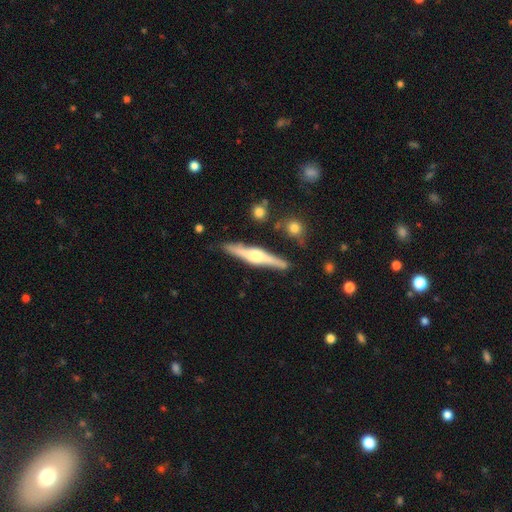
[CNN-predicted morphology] Q: Smooth or featured?
A: featured or disk (72%); runner-up: smooth (22%)
Q: Edge-on disk?
A: yes (97%); runner-up: no (3%)
Q: Edge-on bulge?
A: rounded (87%); runner-up: boxy (10%)
Q: Merging?
A: none (85%); runner-up: minor disturbance (10%)